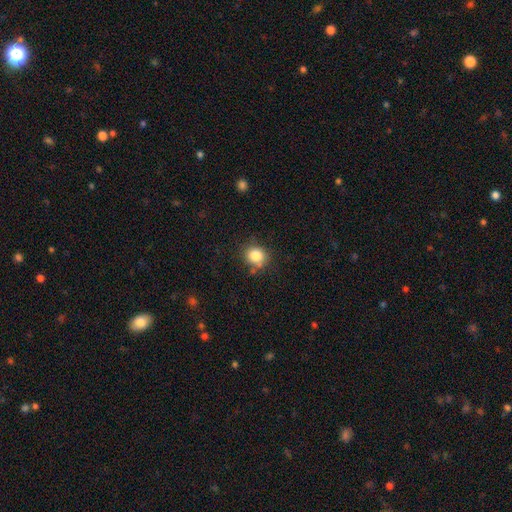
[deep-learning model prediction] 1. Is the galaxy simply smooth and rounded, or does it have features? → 83% smooth, 11% star or artifact, 7% featured or disk.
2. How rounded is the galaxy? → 77% round, 22% in between, 1% cigar-shaped.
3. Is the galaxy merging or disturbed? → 74% none, 15% minor disturbance, 7% merger, 4% major disturbance.